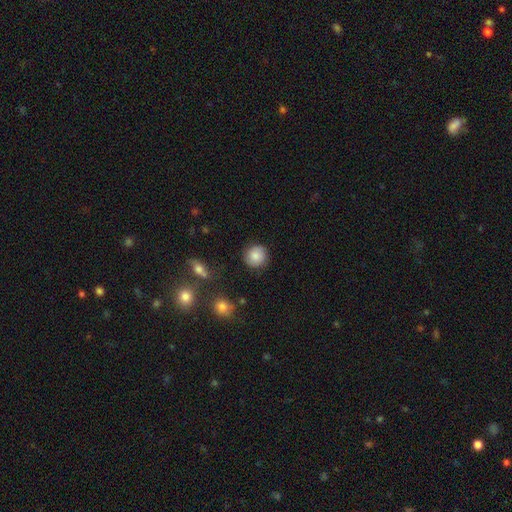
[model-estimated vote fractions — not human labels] Smooth or featured?
  - smooth: 83% *
  - star or artifact: 9%
  - featured or disk: 8%
How rounded?
  - round: 91% *
  - in between: 8%
  - cigar-shaped: 1%
Merging?
  - none: 87% *
  - minor disturbance: 9%
  - major disturbance: 3%
  - merger: 2%